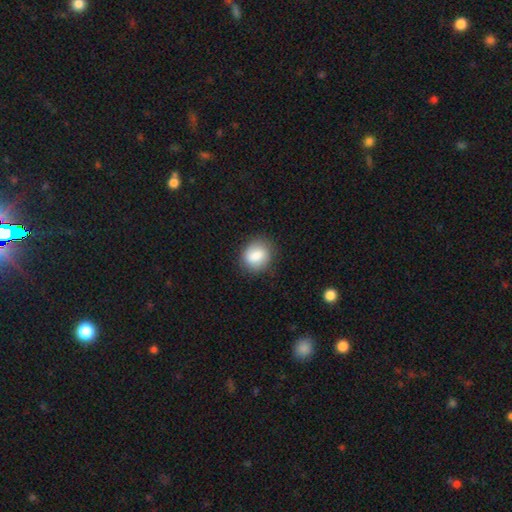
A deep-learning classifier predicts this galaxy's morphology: smooth 83%, featured or disk 10%, star or artifact 8%. Down the decision tree: how rounded — round (61%); merging — none (81%).